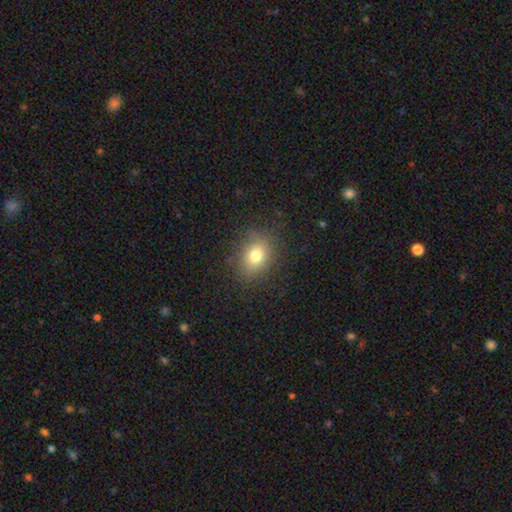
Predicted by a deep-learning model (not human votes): The model was most divided on "how rounded": in between: 52%, round: 47%, cigar-shaped: 1%. More confident: merging — none (83%); smooth or featured — smooth (76%).